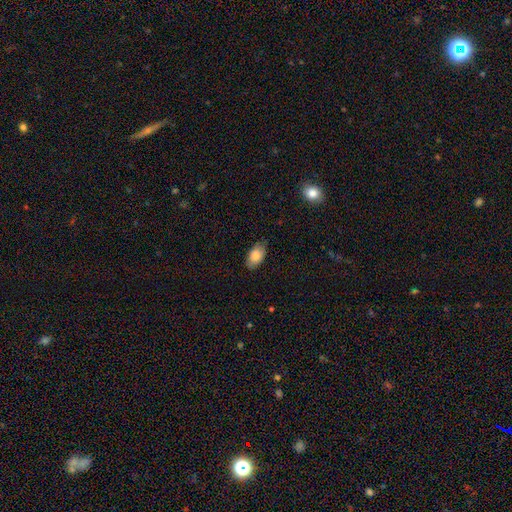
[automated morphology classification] Overall: smooth (83%). How rounded: in between (93%). Merging: none (78%).